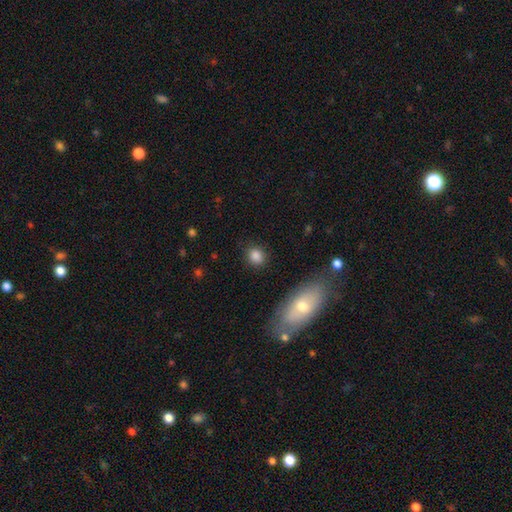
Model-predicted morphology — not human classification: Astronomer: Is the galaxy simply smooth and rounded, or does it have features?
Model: smooth — 85%.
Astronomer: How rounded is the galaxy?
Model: round — 69%.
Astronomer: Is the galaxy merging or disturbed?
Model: none — 87%.